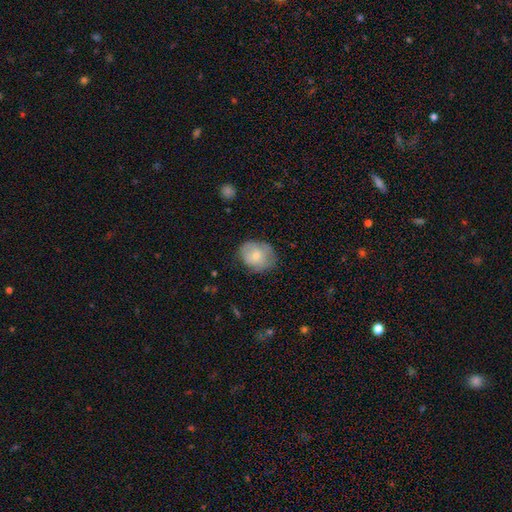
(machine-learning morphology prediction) This appears to be a smooth galaxy with no disk features (71%) that is round (56%). Merging: none (65%).